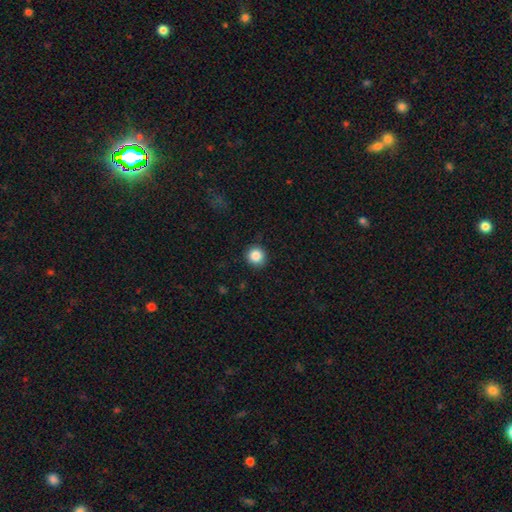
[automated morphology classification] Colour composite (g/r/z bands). It shows a smooth galaxy with no disk features (87%) that is round (92%). Merging: none (90%).